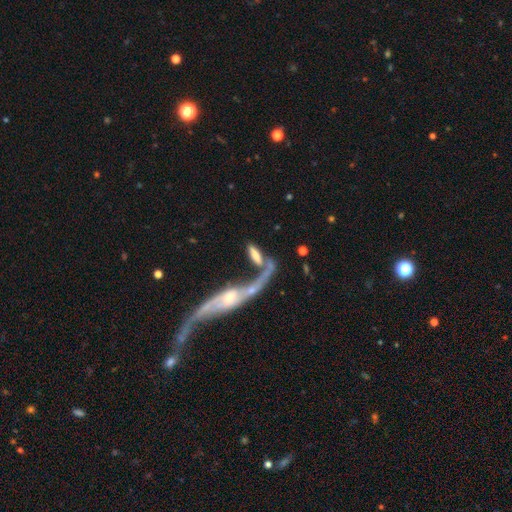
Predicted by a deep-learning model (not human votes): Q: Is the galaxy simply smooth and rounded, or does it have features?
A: smooth — 58%.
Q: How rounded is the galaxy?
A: in between — 53%.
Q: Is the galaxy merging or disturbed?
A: merger — 51%.